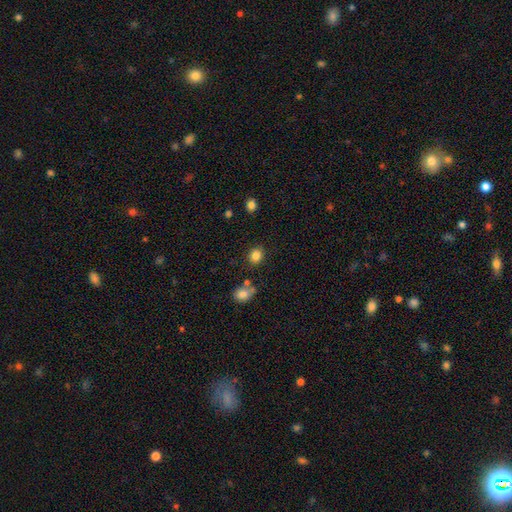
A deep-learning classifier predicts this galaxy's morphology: type=smooth (84%); roundness=round (65%); merging=none (81%).